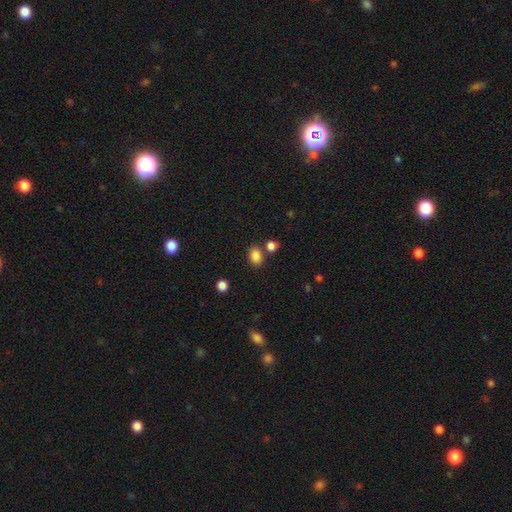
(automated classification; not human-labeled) The model was most divided on "how rounded": in between: 60%, round: 39%, cigar-shaped: 1%. More confident: smooth or featured — smooth (85%); merging — none (71%).